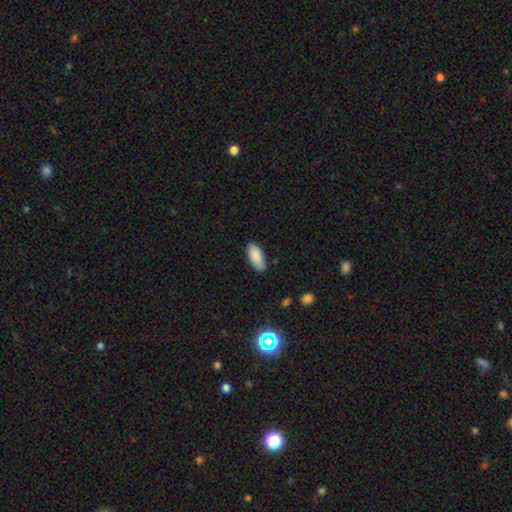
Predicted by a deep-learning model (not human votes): The model was most divided on "merging": none: 80%, minor disturbance: 16%, major disturbance: 2%, merger: 2%. More confident: smooth or featured — smooth (87%); how rounded — in between (87%).